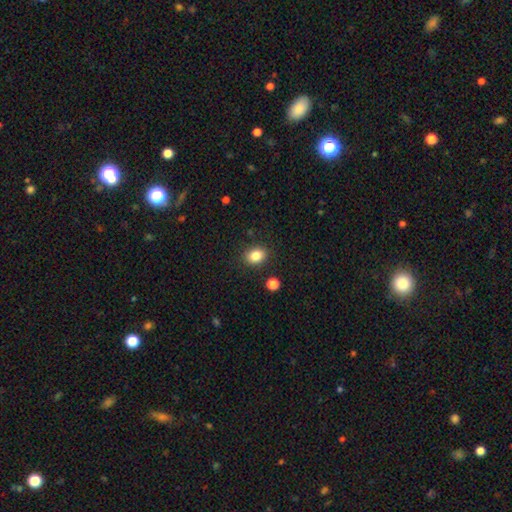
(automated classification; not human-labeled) smooth_or_featured: smooth (p=0.84) [alt: star or artifact p=0.10]
how_rounded: in between (p=0.56) [alt: round p=0.43]
merging: none (p=0.86) [alt: minor disturbance p=0.09]